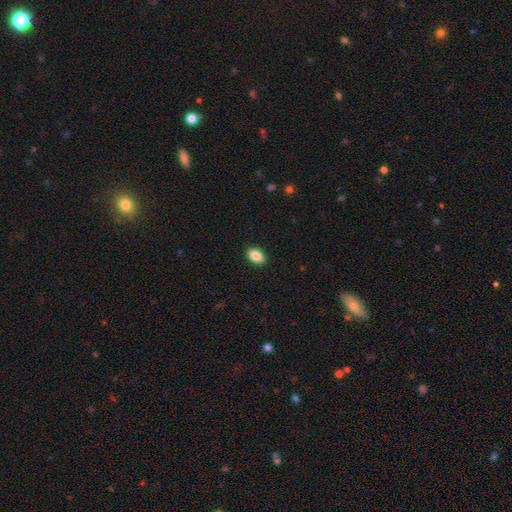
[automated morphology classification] smooth-or-featured: smooth: 87% | star or artifact: 8% | featured or disk: 5%
  how-rounded: in between: 91% | round: 8% | cigar-shaped: 2%
  merging: none: 90% | minor disturbance: 7% | major disturbance: 2% | merger: 1%